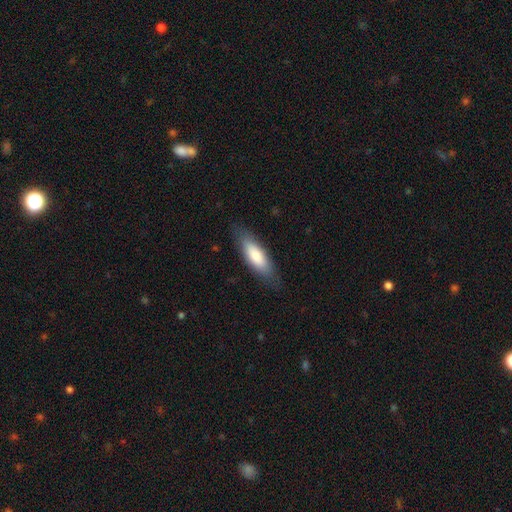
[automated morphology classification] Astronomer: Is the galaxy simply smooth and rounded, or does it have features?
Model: smooth — 79%.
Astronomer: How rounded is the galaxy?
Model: in between — 57% (runner-up: cigar-shaped, 41%).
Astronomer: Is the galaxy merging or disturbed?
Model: none — 81%.